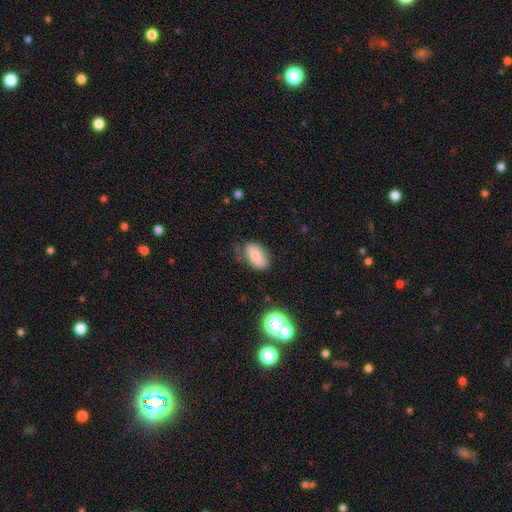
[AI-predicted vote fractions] This is likely a smooth galaxy (77%). How rounded: clearly in between (92%). Merging: possibly none (58%).